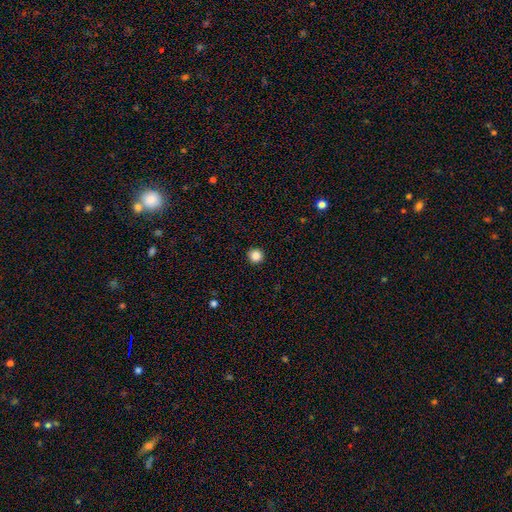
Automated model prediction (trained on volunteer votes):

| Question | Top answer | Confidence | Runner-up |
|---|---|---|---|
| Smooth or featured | smooth | 86% | star or artifact (11%) |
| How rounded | round | 96% | in between (3%) |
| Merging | none | 93% | minor disturbance (4%) |